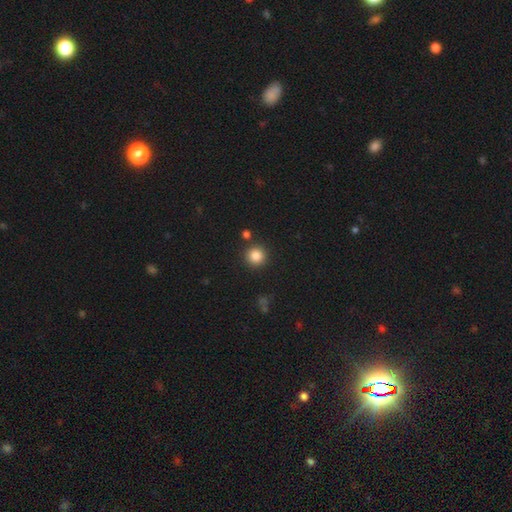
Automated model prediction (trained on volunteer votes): A smooth galaxy with no disk features (85%) that is round (94%). Merging: none (87%).